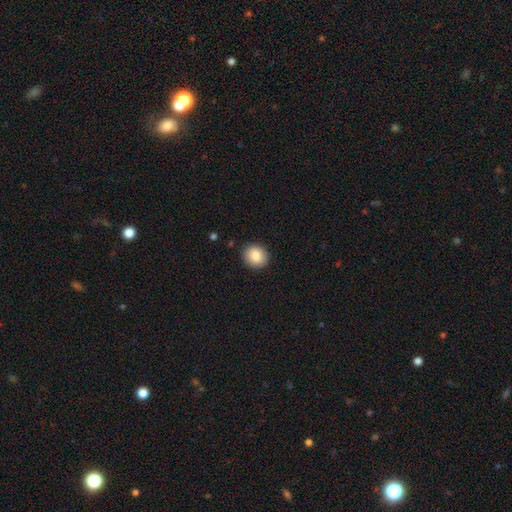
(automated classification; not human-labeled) Q: Smooth or featured?
A: smooth (86%); runner-up: star or artifact (8%)
Q: How rounded?
A: round (75%); runner-up: in between (25%)
Q: Merging?
A: none (90%); runner-up: minor disturbance (7%)